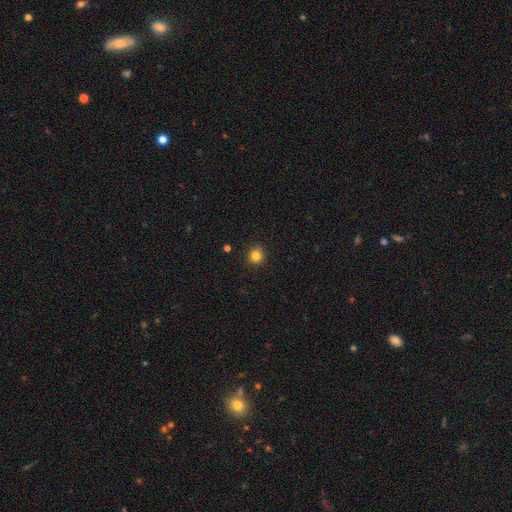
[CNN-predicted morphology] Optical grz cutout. It shows a smooth galaxy with no disk features (83%) that is round (92%). Merging: none (92%).